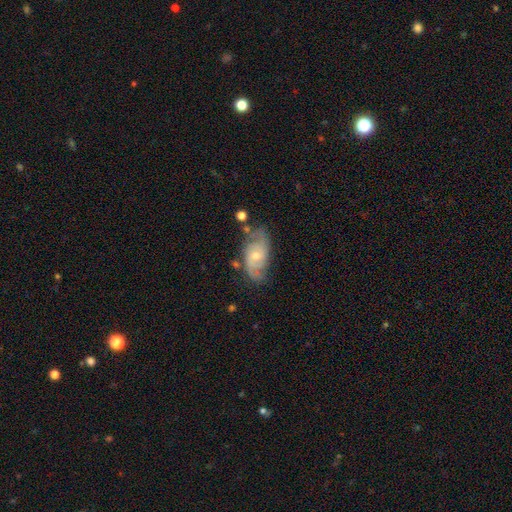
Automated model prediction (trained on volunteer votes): A featured or disk galaxy (79%) with no bar (59%), 2 (66%) medium (47%) spiral arms (94%) and a small central bulge (55%). Merging: none (65%).